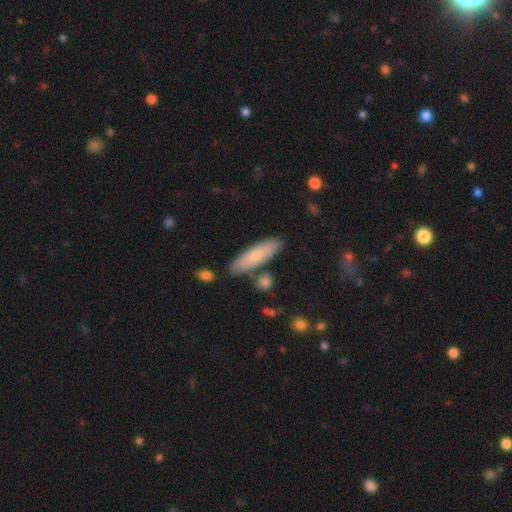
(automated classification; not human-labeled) A smooth galaxy with no disk features (74%) that is cigar-shaped (65%).

Vote fractions:
- Smooth or featured? smooth: 74% / featured or disk: 20% / star or artifact: 6%
- How rounded? cigar-shaped: 65% / in between: 33% / round: 2%
- Merging? none: 81% / minor disturbance: 11% / merger: 5% / major disturbance: 2%